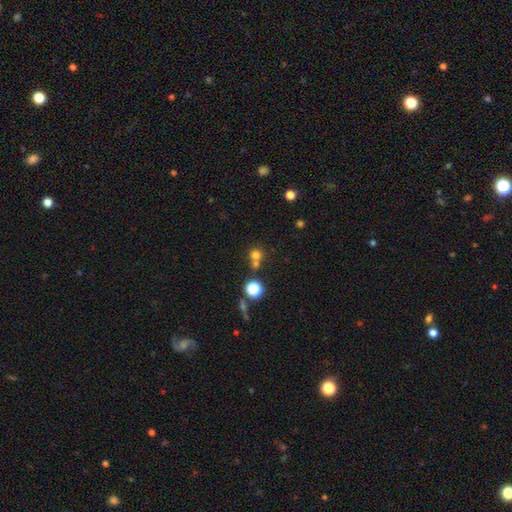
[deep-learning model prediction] A smooth galaxy with no disk features (71%) that is round (88%).

Vote fractions:
- Smooth or featured? smooth: 71% / star or artifact: 20% / featured or disk: 10%
- How rounded? round: 88% / in between: 11% / cigar-shaped: 1%
- Merging? none: 51% / merger: 38% / minor disturbance: 7% / major disturbance: 4%